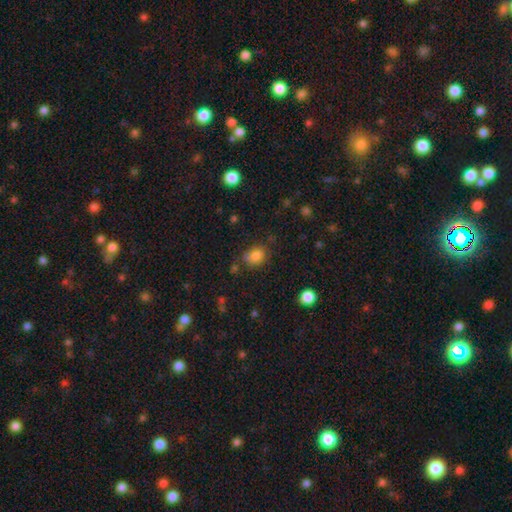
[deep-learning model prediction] Morphology: type=smooth (82%); roundness=round (51%); merging=none (66%).